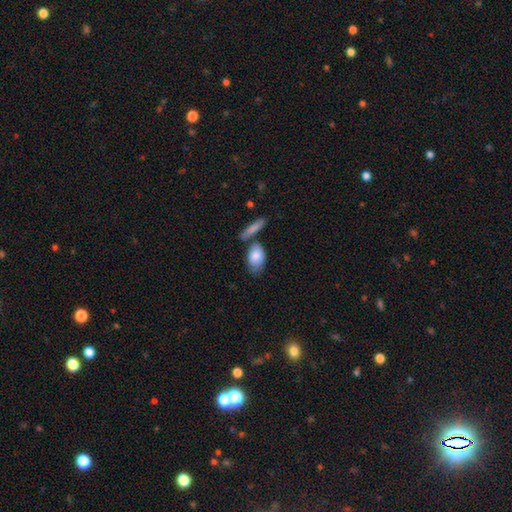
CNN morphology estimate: type=smooth (80%); roundness=in between (88%); merging=none (52%).